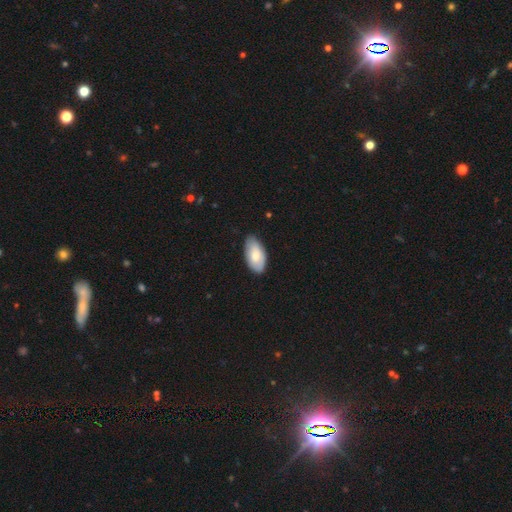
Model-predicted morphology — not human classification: This appears to be a smooth galaxy with no disk features (73%) that is in between round and cigar-shaped (95%). Merging: none (76%).